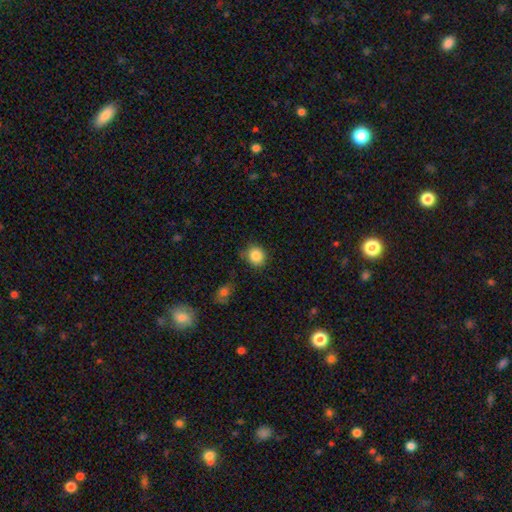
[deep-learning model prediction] Morphology: type=smooth (86%); roundness=round (84%); merging=none (78%).